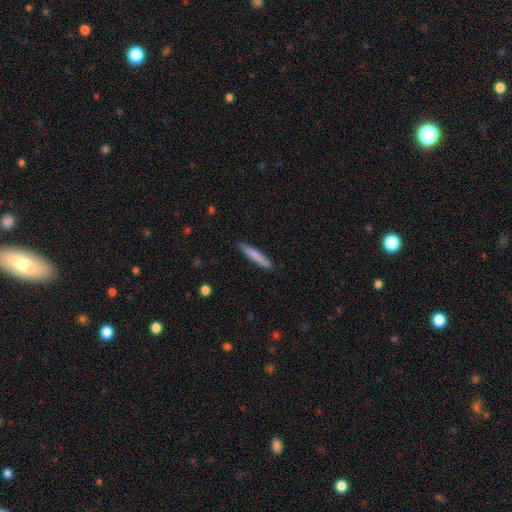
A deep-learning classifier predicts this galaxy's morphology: The model was most divided on "smooth or featured": smooth: 76%, featured or disk: 19%, star or artifact: 5%. More confident: how rounded — cigar-shaped (93%); merging — none (86%).